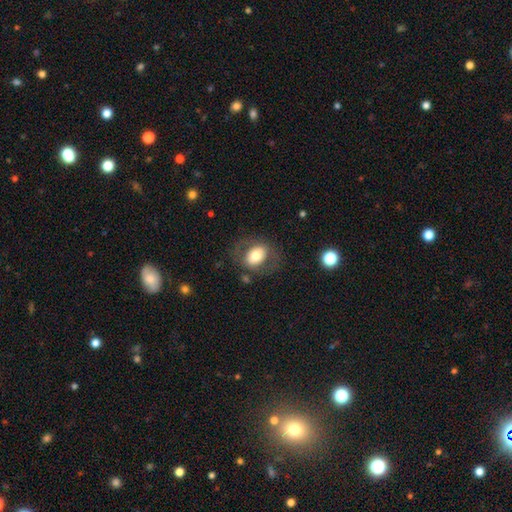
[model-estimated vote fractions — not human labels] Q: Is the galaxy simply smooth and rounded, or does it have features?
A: smooth — 62%.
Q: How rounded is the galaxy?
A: in between — 64%.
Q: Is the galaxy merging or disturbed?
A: none — 71%.